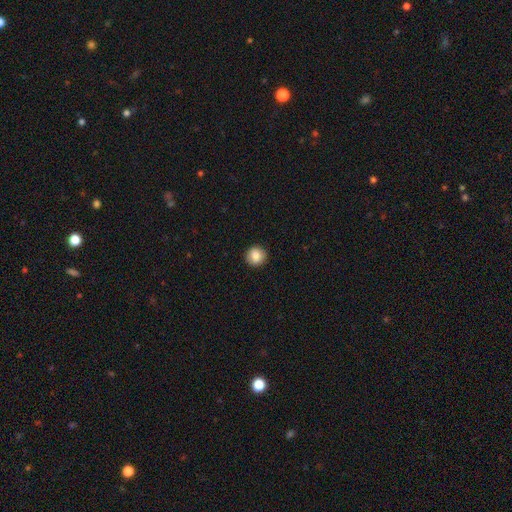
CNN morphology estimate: smooth 87%, star or artifact 9%, featured or disk 5%. Down the decision tree: how rounded — round (91%); merging — none (91%).